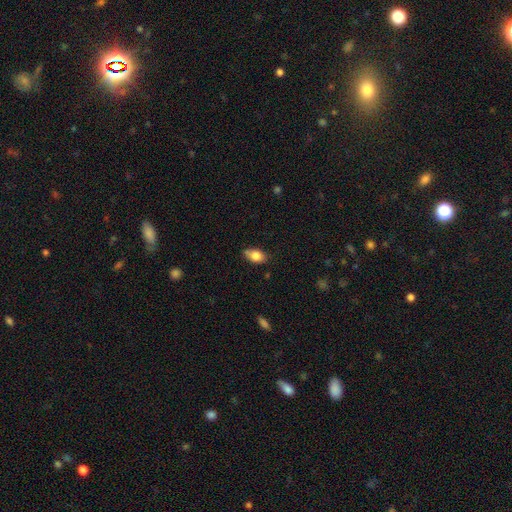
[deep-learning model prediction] Smooth or featured?
  - smooth: 81% *
  - featured or disk: 11%
  - star or artifact: 8%
How rounded?
  - in between: 88% *
  - round: 9%
  - cigar-shaped: 3%
Merging?
  - none: 71% *
  - minor disturbance: 23%
  - major disturbance: 4%
  - merger: 2%